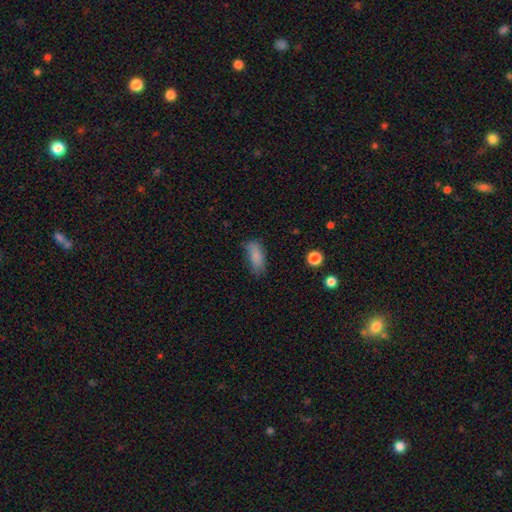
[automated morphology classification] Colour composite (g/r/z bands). It shows a smooth galaxy with no disk features (83%) that is in between round and cigar-shaped (83%). Merging: none (62%).